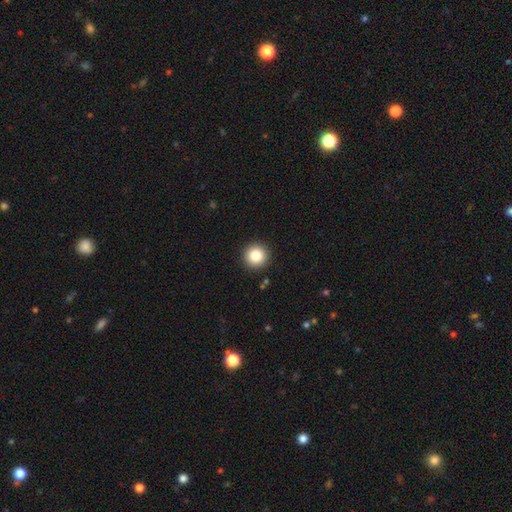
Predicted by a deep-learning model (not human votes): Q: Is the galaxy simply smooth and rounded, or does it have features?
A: smooth — 86%.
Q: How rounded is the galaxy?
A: round — 95%.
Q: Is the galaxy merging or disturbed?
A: none — 92%.